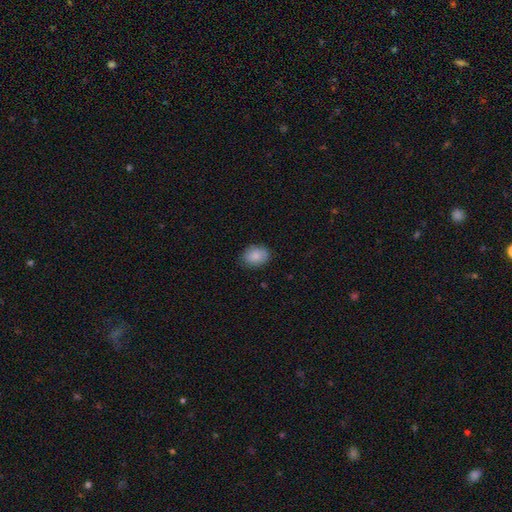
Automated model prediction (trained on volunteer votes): A smooth galaxy with no disk features (86%) that is in between round and cigar-shaped (65%). Merging: none (83%).